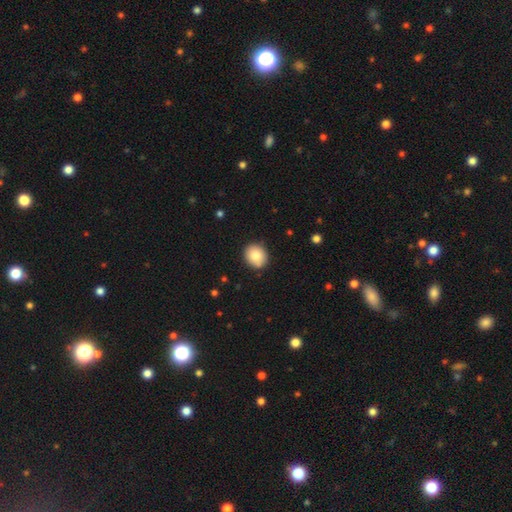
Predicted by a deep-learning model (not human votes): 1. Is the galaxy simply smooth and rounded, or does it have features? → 83% smooth, 9% featured or disk, 8% star or artifact.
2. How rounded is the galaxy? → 69% round, 30% in between, 1% cigar-shaped.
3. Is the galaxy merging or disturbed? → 86% none, 10% minor disturbance, 2% major disturbance, 1% merger.